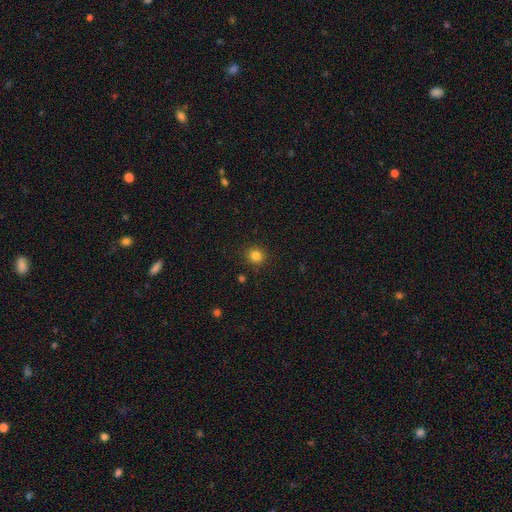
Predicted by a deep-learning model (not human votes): Overall: smooth (83%). How rounded: round (90%). Merging: none (89%).